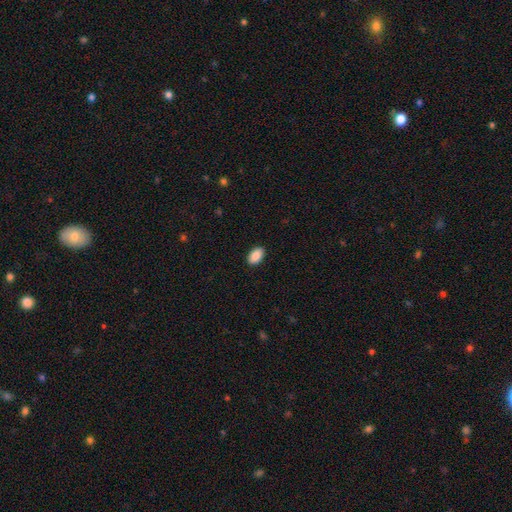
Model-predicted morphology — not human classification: Smooth or featured: smooth — 90% (star or artifact — 7%)
How rounded: in between — 93% (round — 5%)
Merging: none — 90% (minor disturbance — 7%)